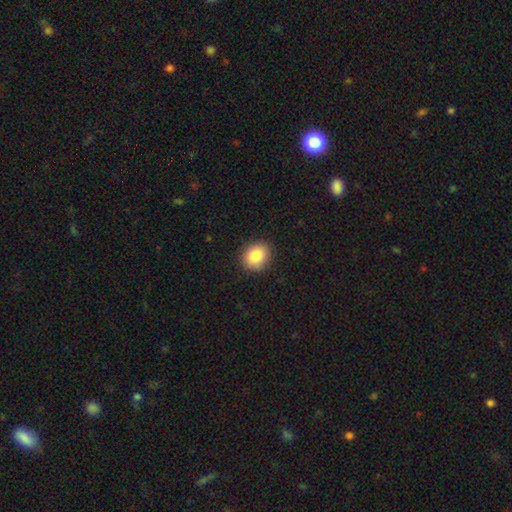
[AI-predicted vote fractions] A smooth galaxy with no disk features (86%) that is round (60%). Merging: none (88%).